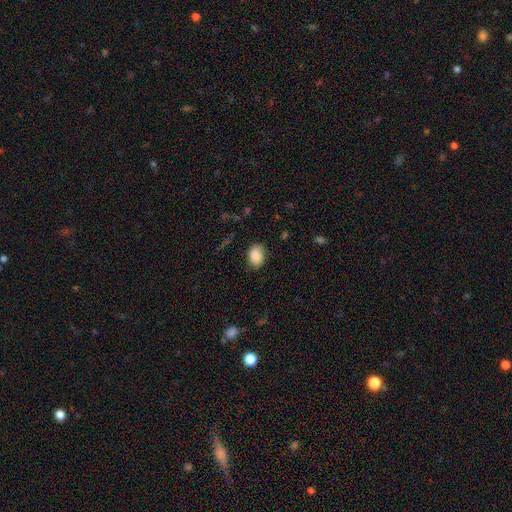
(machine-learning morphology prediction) A smooth galaxy with no disk features (88%) that is in between round and cigar-shaped (77%). Merging: none (77%).